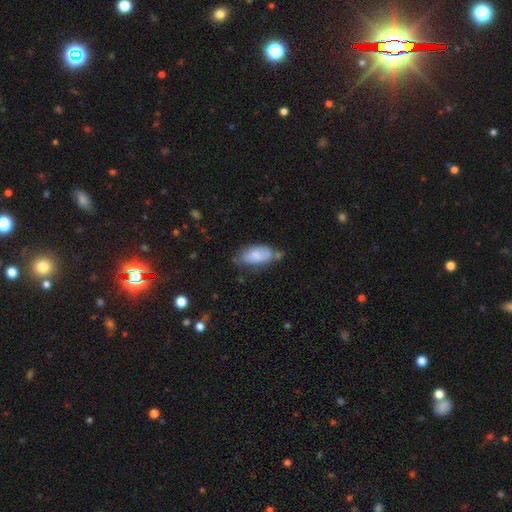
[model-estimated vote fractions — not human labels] Overall: smooth (75%). How rounded: in between (91%). Merging: none (50%; minor disturbance 31%).